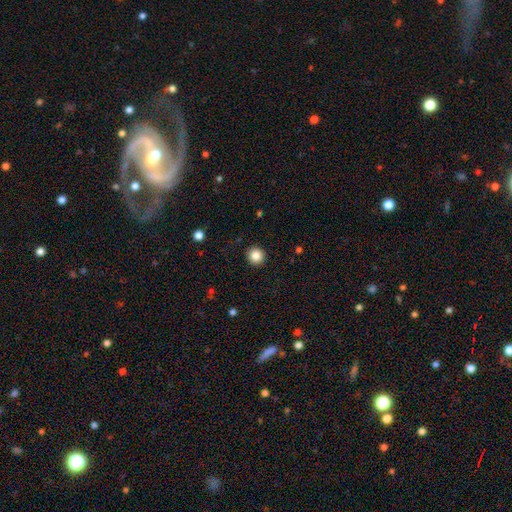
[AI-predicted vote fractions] Q: Smooth or featured?
A: smooth (85%); runner-up: star or artifact (10%)
Q: How rounded?
A: round (94%); runner-up: in between (5%)
Q: Merging?
A: none (92%); runner-up: minor disturbance (5%)